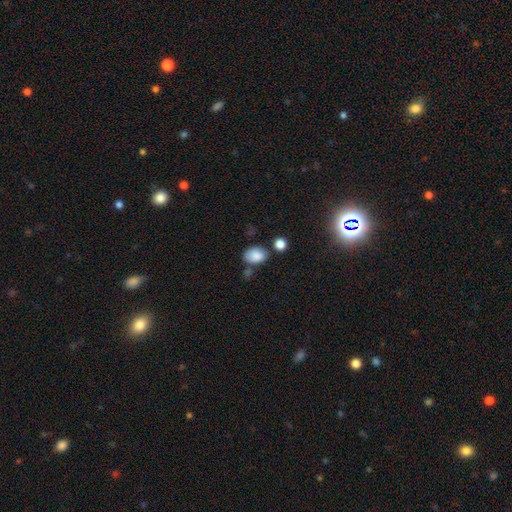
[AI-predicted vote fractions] This is clearly a smooth galaxy (85%). How rounded: clearly in between (81%). Merging: likely none (62%).